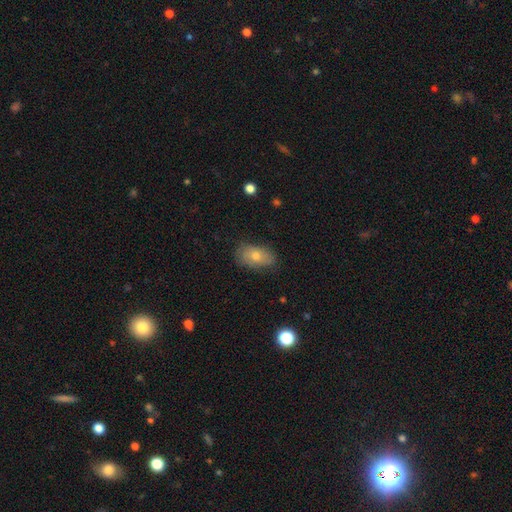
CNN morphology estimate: type=smooth (63%); roundness=in between (87%); merging=none (77%).